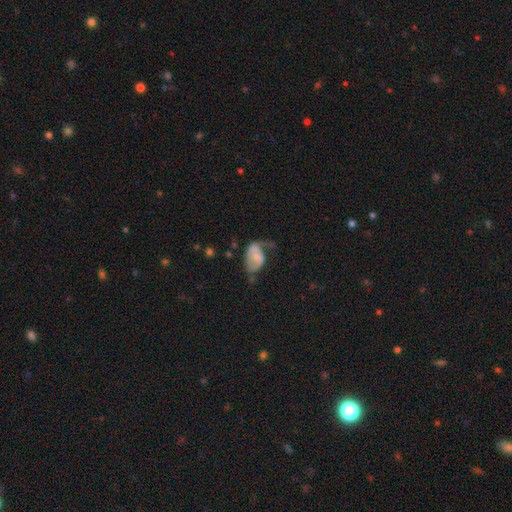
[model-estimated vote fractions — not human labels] Smooth or featured? featured or disk (47%)
Merging? major disturbance (46%)